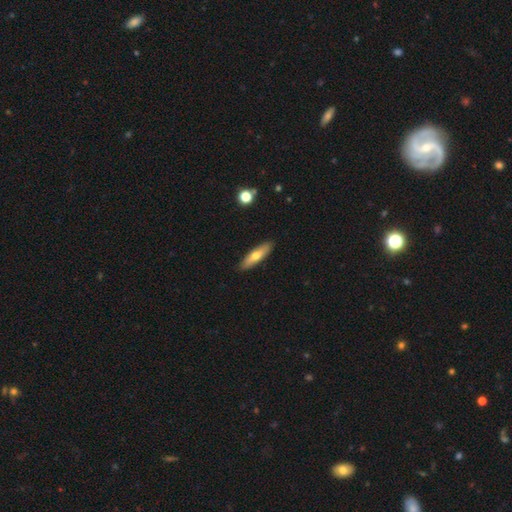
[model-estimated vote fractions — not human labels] The model was most divided on "smooth or featured": smooth: 61%, featured or disk: 33%, star or artifact: 6%. More confident: merging — none (89%); how rounded — cigar-shaped (64%).